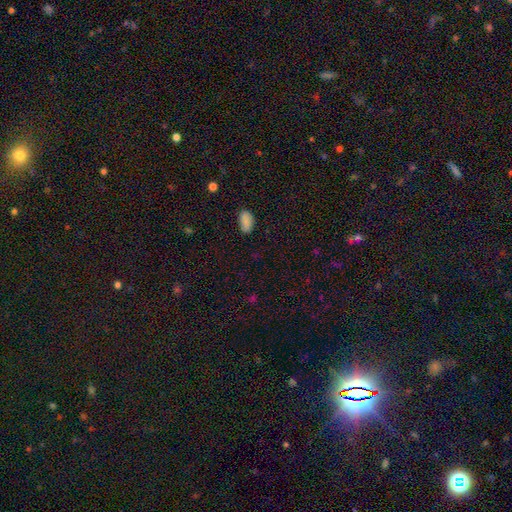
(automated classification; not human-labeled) smooth-or-featured: smooth: 66% | star or artifact: 28% | featured or disk: 6%
  how-rounded: in between: 80% | round: 14% | cigar-shaped: 5%
  merging: none: 79% | minor disturbance: 13% | major disturbance: 4% | merger: 3%